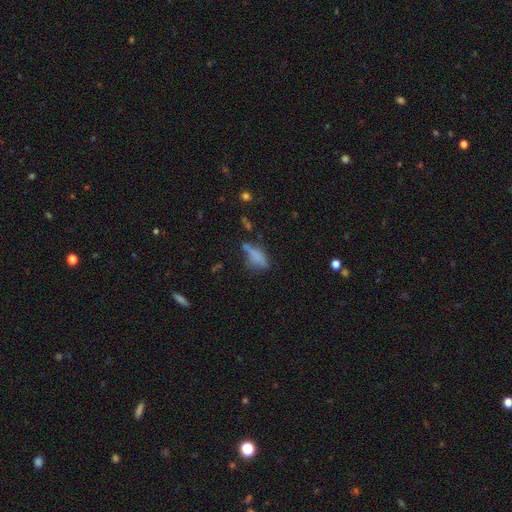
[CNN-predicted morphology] This is likely a smooth galaxy (69%). How rounded: likely in between (69%). Merging: marginally none (44%).